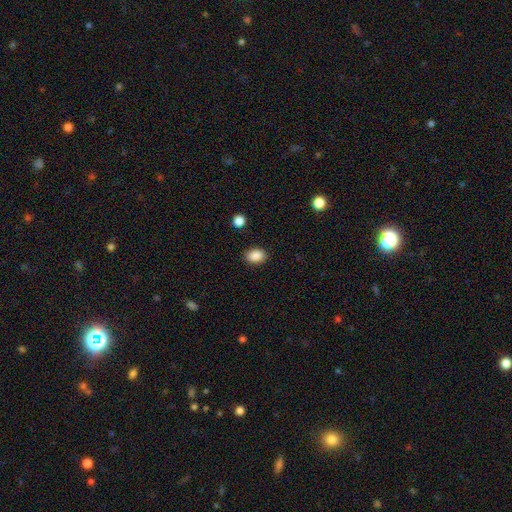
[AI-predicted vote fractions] smooth-or-featured: smooth: 88% | star or artifact: 8% | featured or disk: 4%
  how-rounded: in between: 72% | round: 27% | cigar-shaped: 1%
  merging: none: 88% | minor disturbance: 8% | major disturbance: 2% | merger: 1%